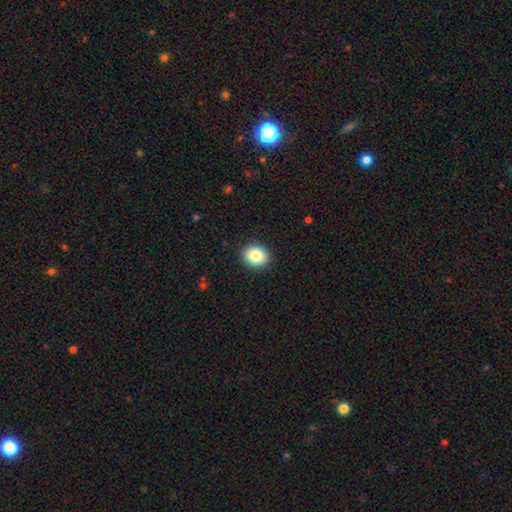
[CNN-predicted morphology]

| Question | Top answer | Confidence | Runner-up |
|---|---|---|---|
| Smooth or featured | smooth | 85% | star or artifact (9%) |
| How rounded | round | 56% | in between (44%) |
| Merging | none | 91% | minor disturbance (7%) |